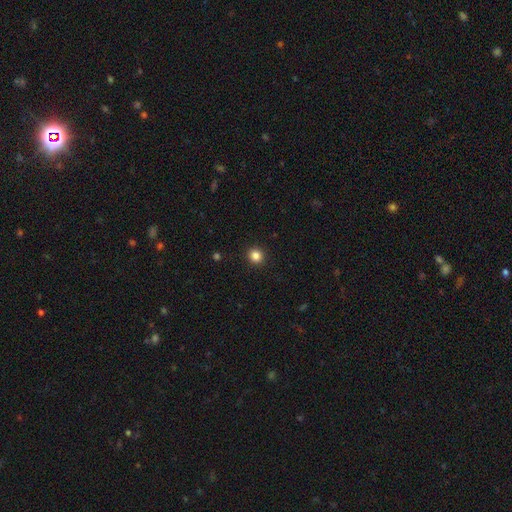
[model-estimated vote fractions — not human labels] The model was most divided on "smooth or featured": smooth: 85%, star or artifact: 12%, featured or disk: 4%. More confident: merging — none (93%); how rounded — round (92%).